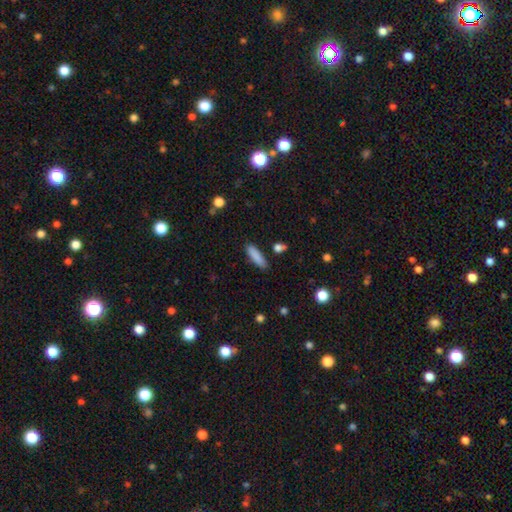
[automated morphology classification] smooth 86%, featured or disk 7%, star or artifact 7%. Down the decision tree: how rounded — cigar-shaped (66%); merging — none (85%).